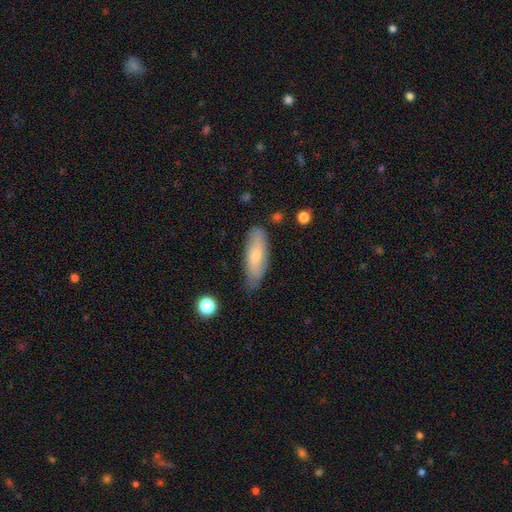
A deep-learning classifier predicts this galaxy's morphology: Smooth or featured?
  - smooth: 68% *
  - featured or disk: 26%
  - star or artifact: 6%
How rounded?
  - in between: 61% *
  - cigar-shaped: 37%
  - round: 2%
Merging?
  - none: 69% *
  - minor disturbance: 25%
  - major disturbance: 4%
  - merger: 2%